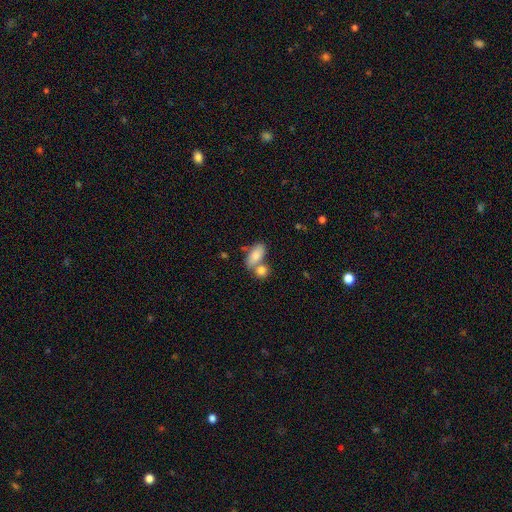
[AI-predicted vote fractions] smooth-or-featured: smooth: 82% | featured or disk: 11% | star or artifact: 7%
  how-rounded: in between: 89% | round: 6% | cigar-shaped: 5%
  merging: merger: 44% | none: 40% | minor disturbance: 11% | major disturbance: 4%